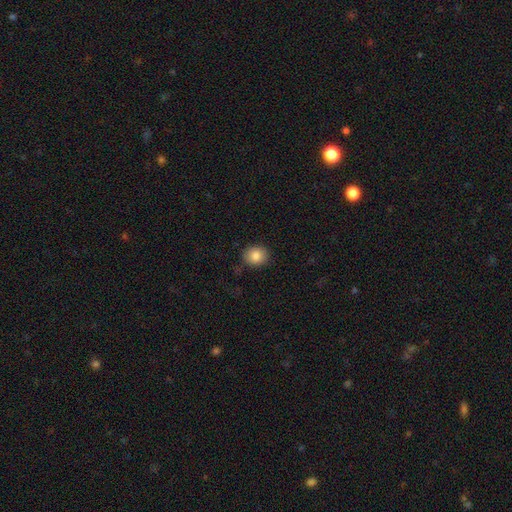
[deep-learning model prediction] Smooth or featured?
  - smooth: 84% *
  - star or artifact: 9%
  - featured or disk: 7%
How rounded?
  - round: 67% *
  - in between: 32%
  - cigar-shaped: 1%
Merging?
  - none: 86% *
  - minor disturbance: 10%
  - major disturbance: 2%
  - merger: 1%